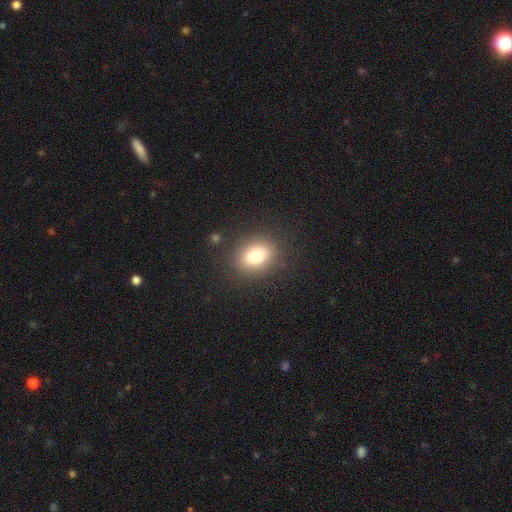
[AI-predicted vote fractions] A smooth galaxy with no disk features (76%) that is in between round and cigar-shaped (50%). Merging: none (85%).